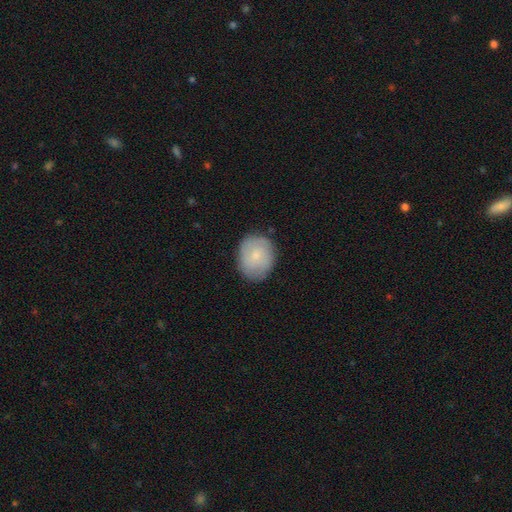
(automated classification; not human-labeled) Morphology: type=smooth (70%); roundness=round (71%); merging=none (81%).